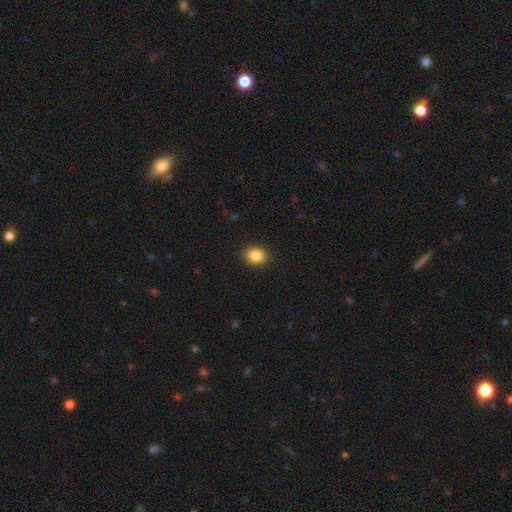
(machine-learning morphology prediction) Overall: smooth (86%). How rounded: in between (60%; round 39%). Merging: none (88%).